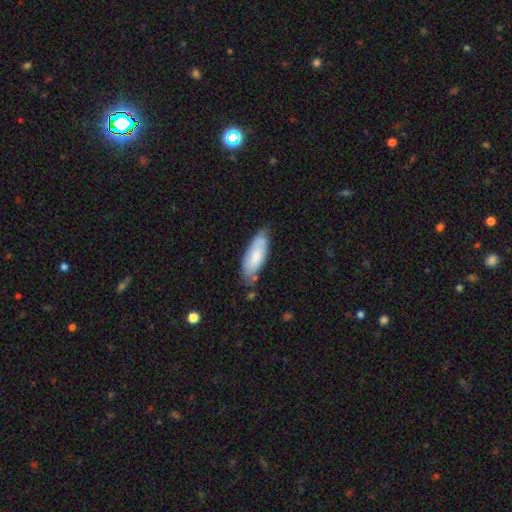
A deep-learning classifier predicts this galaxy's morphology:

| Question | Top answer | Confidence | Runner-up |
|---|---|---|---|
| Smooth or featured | smooth | 69% | featured or disk (25%) |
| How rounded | in between | 72% | cigar-shaped (26%) |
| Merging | none | 64% | minor disturbance (27%) |